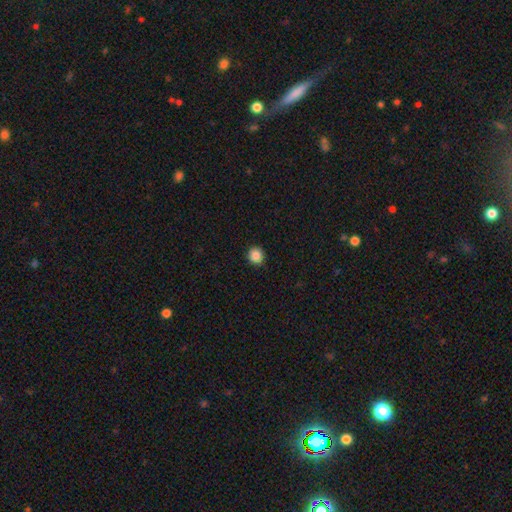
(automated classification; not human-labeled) Q: Smooth or featured?
A: smooth (87%); runner-up: star or artifact (10%)
Q: How rounded?
A: round (91%); runner-up: in between (8%)
Q: Merging?
A: none (92%); runner-up: minor disturbance (5%)